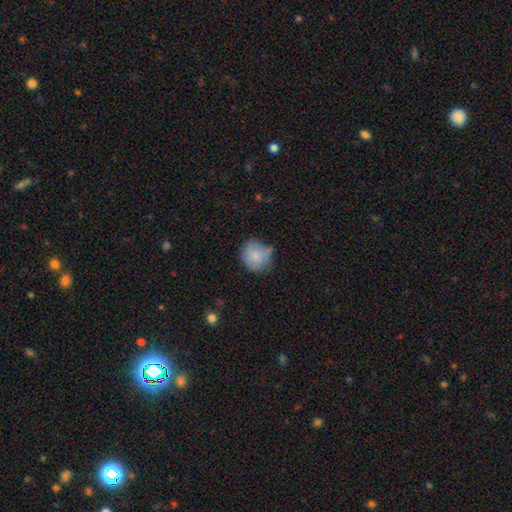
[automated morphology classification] This is clearly a smooth galaxy (83%). How rounded: clearly round (85%). Merging: likely none (62%).